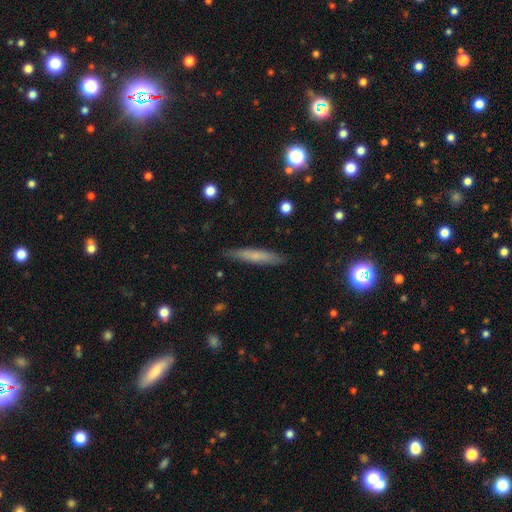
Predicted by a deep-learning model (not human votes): This is likely a smooth galaxy (63%). How rounded: clearly cigar-shaped (93%). Merging: clearly none (88%).